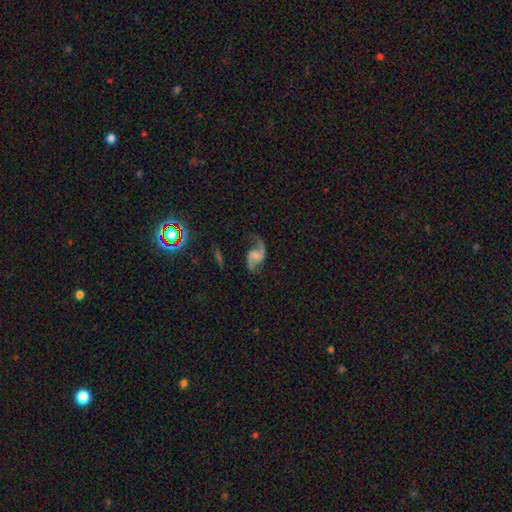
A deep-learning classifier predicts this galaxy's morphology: Smooth or featured: featured or disk — 89% (star or artifact — 6%)
Edge-on disk: no — 98% (yes — 2%)
Bar: no — 44% (weak — 43%)
Spiral arms: yes — 97% (no — 3%)
Spiral winding: loose — 67% (medium — 28%)
Spiral arm count: 2 — 93% (1 — 3%)
Bulge size: none — 41% (small — 33%)
Merging: none — 73% (minor disturbance — 15%)